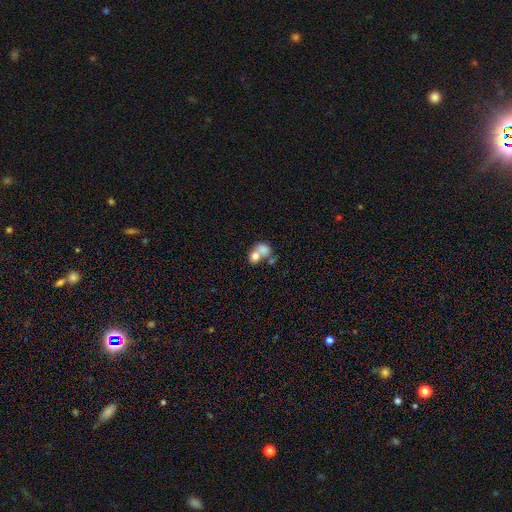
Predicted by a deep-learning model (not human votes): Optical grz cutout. It shows a smooth galaxy with no disk features (70%) that is round (51%). Merging: merger (69%).